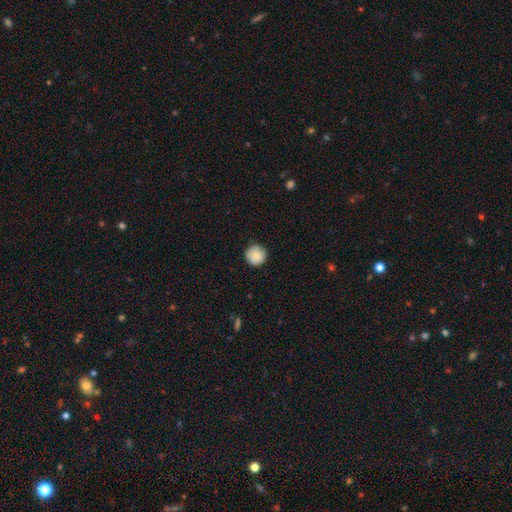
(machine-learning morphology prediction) Smooth or featured? smooth (86%)
How rounded? round (95%)
Merging? none (87%)